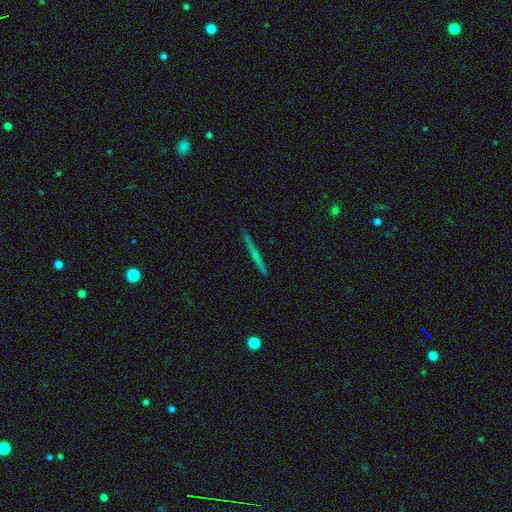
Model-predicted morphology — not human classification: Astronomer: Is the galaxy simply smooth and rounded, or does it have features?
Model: smooth — 47% (runner-up: featured or disk, 44%).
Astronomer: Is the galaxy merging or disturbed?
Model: none — 89%.